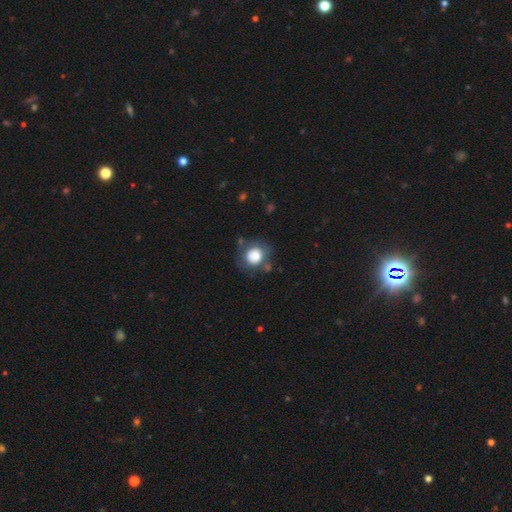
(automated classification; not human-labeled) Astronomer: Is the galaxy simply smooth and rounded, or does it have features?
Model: smooth — 77%.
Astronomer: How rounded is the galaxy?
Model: round — 79%.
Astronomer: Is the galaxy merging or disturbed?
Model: none — 63%.